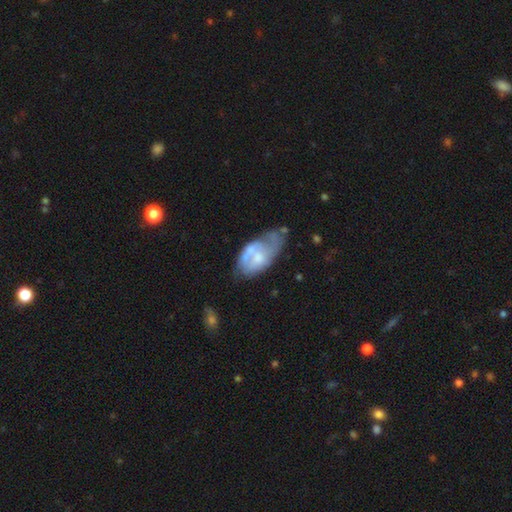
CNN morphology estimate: Smooth or featured?
  - featured or disk: 57% *
  - smooth: 36%
  - star or artifact: 7%
Edge-on disk?
  - no: 95% *
  - yes: 5%
Bar?
  - no: 78% *
  - weak: 18%
  - strong: 3%
Spiral arms?
  - no: 60% *
  - yes: 40%
Bulge size?
  - moderate: 40% *
  - small: 31%
  - none: 20%
  - large: 8%
  - dominant: 2%
Merging?
  - none: 32% *
  - minor disturbance: 29%
  - major disturbance: 23%
  - merger: 16%